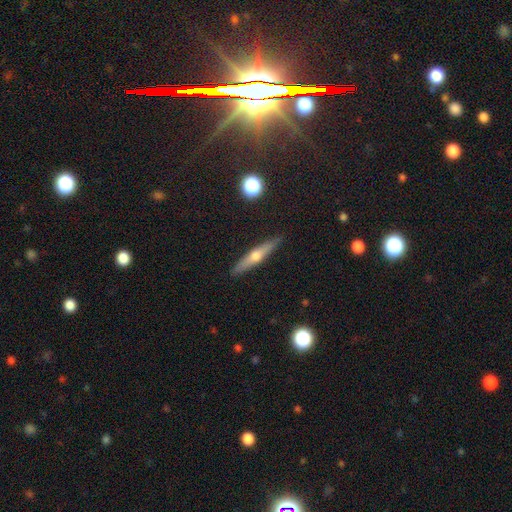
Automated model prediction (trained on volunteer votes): This appears to be a featured or disk galaxy (55%) viewed edge-on (95%) with a rounded central bulge (89%). Merging: none (90%).